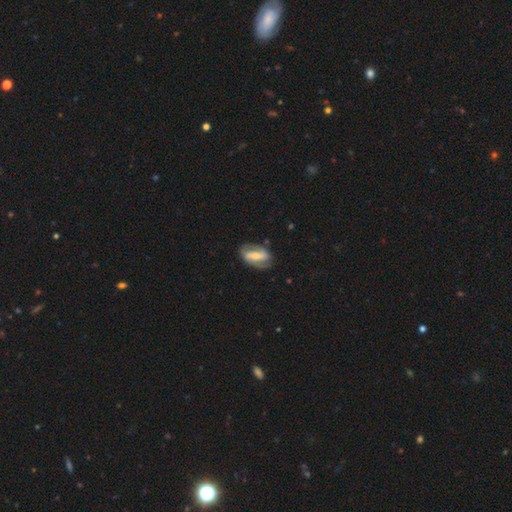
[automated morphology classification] type=featured or disk (73%); edge-on=no (93%); bar=strong (62%); spiral arms=yes (79%); winding=medium (40%); arm count=2 (83%); bulge=small (45%, tied with moderate); merging=none (74%).